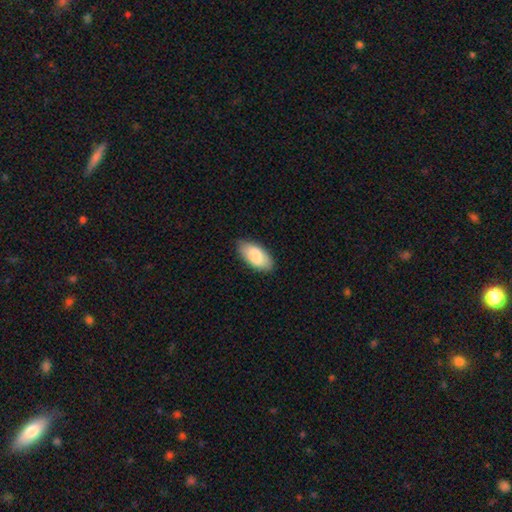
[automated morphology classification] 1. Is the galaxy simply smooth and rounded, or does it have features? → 86% smooth, 9% featured or disk, 5% star or artifact.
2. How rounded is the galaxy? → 93% in between, 5% cigar-shaped, 2% round.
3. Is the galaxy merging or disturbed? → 84% none, 13% minor disturbance, 2% major disturbance, 1% merger.